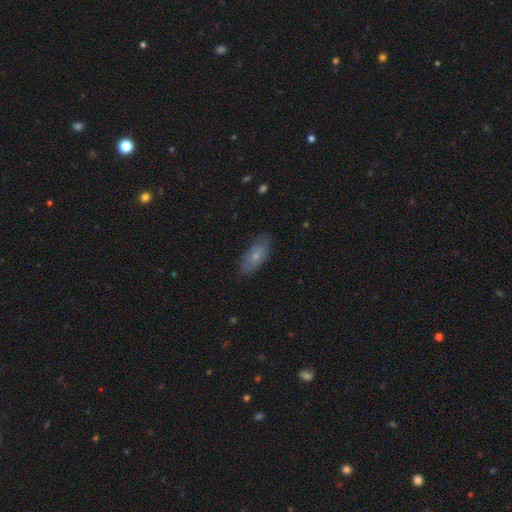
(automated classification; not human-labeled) Smooth or featured: smooth — 69% (featured or disk — 24%)
How rounded: in between — 84% (cigar-shaped — 13%)
Merging: none — 74% (minor disturbance — 20%)